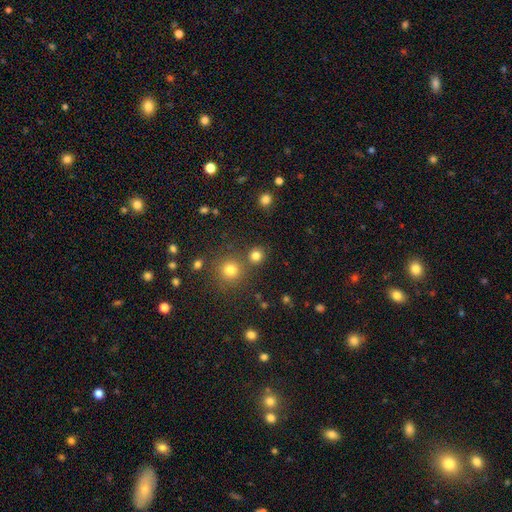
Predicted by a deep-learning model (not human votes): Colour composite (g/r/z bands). It shows a smooth galaxy with no disk features (80%) that is round (90%). Merging: none (78%).